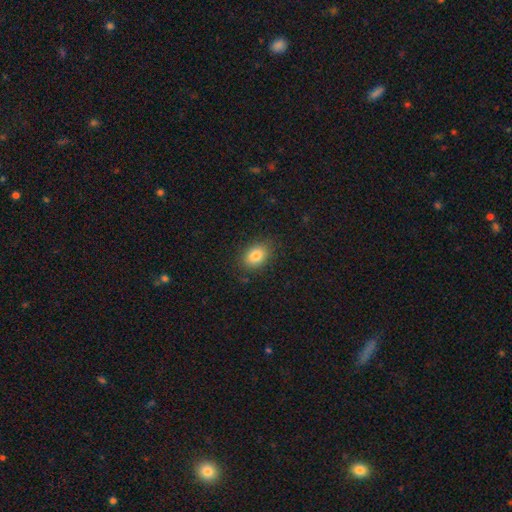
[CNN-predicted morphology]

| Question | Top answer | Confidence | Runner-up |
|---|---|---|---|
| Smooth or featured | smooth | 82% | star or artifact (10%) |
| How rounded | in between | 73% | round (26%) |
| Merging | none | 85% | minor disturbance (11%) |